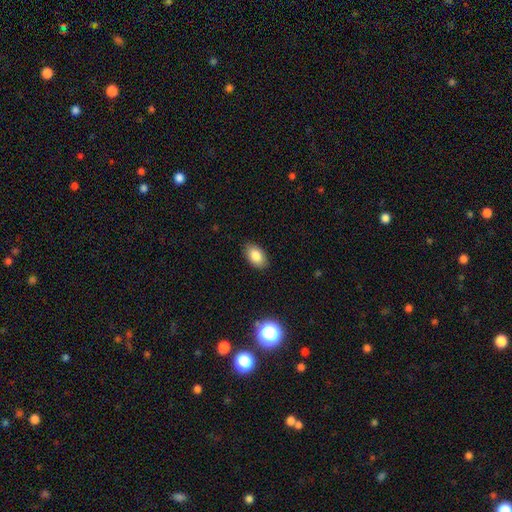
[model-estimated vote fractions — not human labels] A smooth galaxy with no disk features (85%) that is in between round and cigar-shaped (91%).

Vote fractions:
- Smooth or featured? smooth: 85% / star or artifact: 9% / featured or disk: 7%
- How rounded? in between: 91% / round: 7% / cigar-shaped: 1%
- Merging? none: 86% / minor disturbance: 10% / major disturbance: 2% / merger: 1%